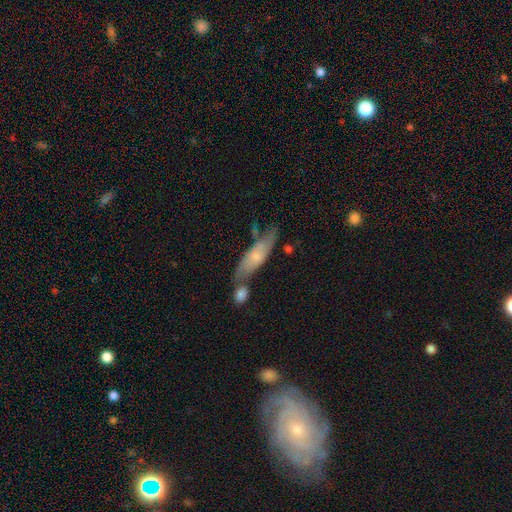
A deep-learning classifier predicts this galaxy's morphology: Smooth or featured?
  - smooth: 52% *
  - featured or disk: 41%
  - star or artifact: 6%
How rounded?
  - cigar-shaped: 56% *
  - in between: 41%
  - round: 3%
Merging?
  - none: 44% *
  - merger: 28%
  - minor disturbance: 21%
  - major disturbance: 8%